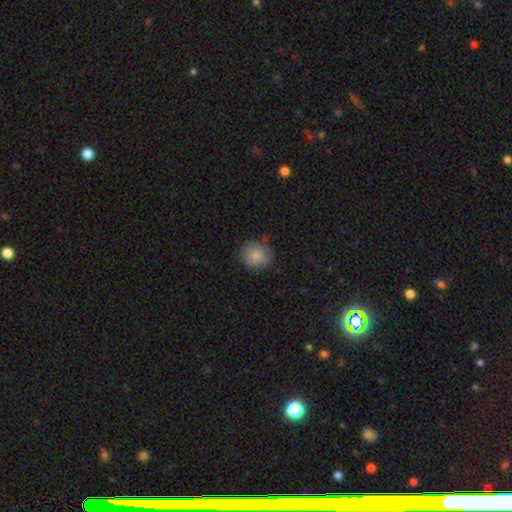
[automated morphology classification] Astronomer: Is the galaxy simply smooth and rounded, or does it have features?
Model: smooth — 81%.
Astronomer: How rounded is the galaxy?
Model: round — 82%.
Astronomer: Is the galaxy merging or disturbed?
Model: none — 74%.